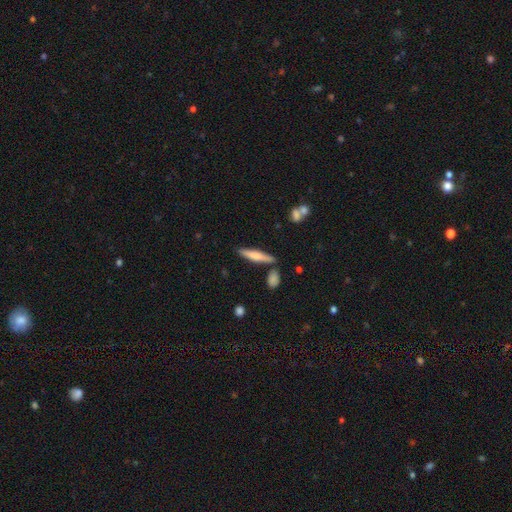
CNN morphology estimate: Smooth or featured? smooth (63%)
How rounded? cigar-shaped (85%)
Merging? none (78%)